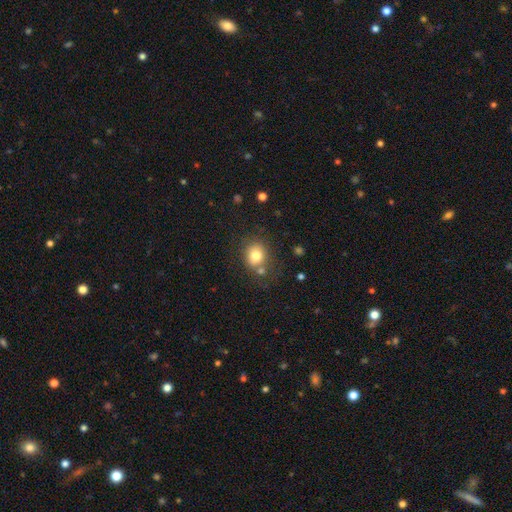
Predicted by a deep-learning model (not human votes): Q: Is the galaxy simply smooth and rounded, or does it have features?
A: smooth — 78%.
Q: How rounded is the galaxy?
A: round — 72%.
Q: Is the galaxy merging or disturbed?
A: none — 65%.